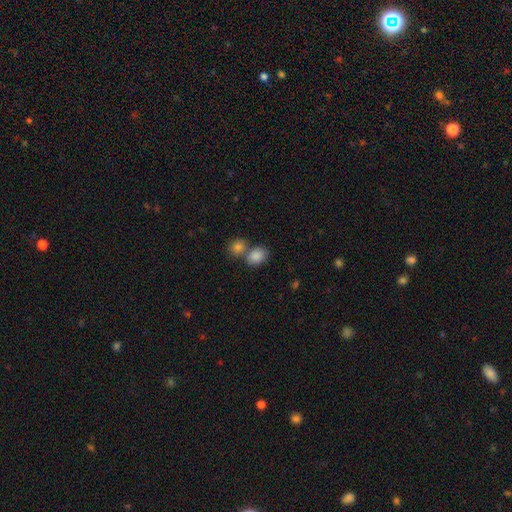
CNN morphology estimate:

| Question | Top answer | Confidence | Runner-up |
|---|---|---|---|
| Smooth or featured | smooth | 85% | star or artifact (9%) |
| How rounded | in between | 68% | round (31%) |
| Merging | none | 46% | merger (41%) |